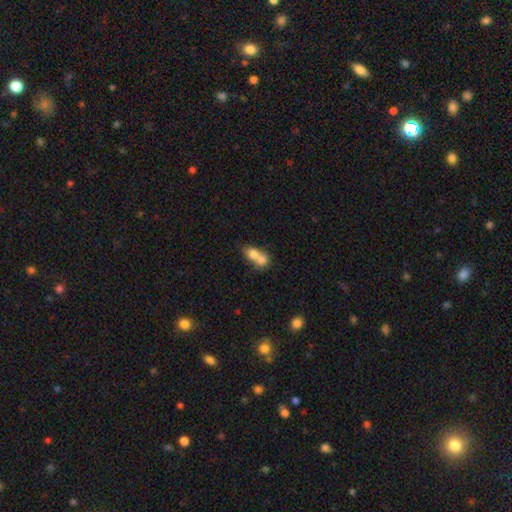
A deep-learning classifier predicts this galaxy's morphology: Smooth or featured?
  - smooth: 71% *
  - featured or disk: 20%
  - star or artifact: 9%
How rounded?
  - in between: 55% *
  - round: 41%
  - cigar-shaped: 4%
Merging?
  - merger: 73% *
  - none: 17%
  - minor disturbance: 6%
  - major disturbance: 4%